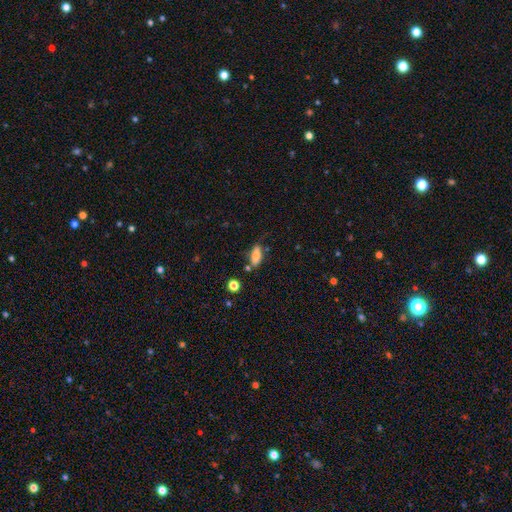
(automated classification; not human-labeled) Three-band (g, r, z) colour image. It shows a smooth galaxy with no disk features (72%) that is in between round and cigar-shaped (77%). Merging: none (66%).